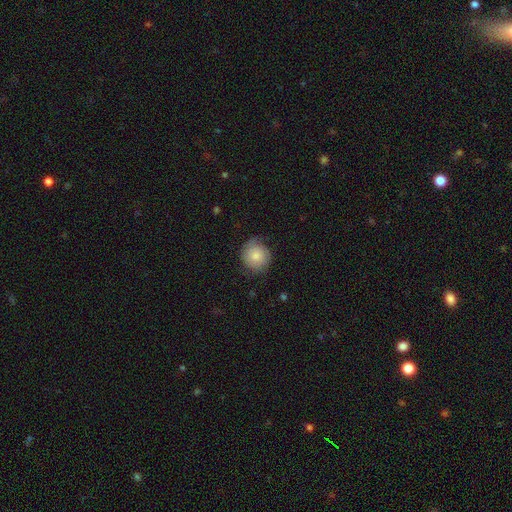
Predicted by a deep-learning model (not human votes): Overall: smooth (73%). How rounded: round (89%). Merging: none (64%; minor disturbance 27%).